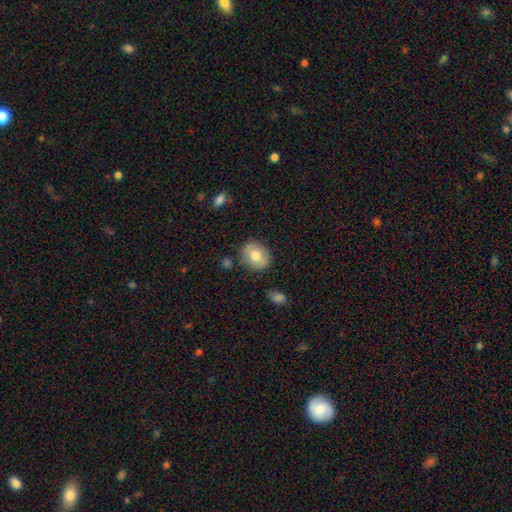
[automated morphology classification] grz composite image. It shows a smooth galaxy with no disk features (72%) that is round (64%). Merging: none (82%).